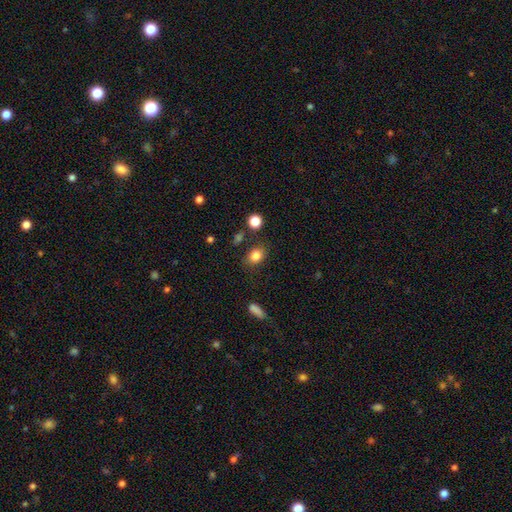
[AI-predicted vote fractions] Overall: smooth (83%). How rounded: in between (59%; round 40%). Merging: none (79%).